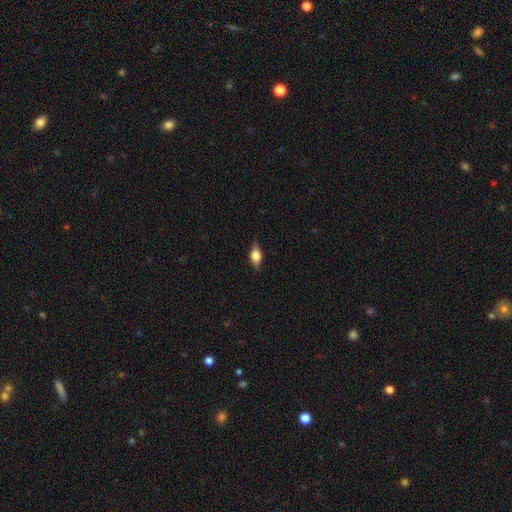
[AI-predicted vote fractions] Smooth or featured? smooth (62%)
How rounded? in between (77%)
Merging? none (81%)